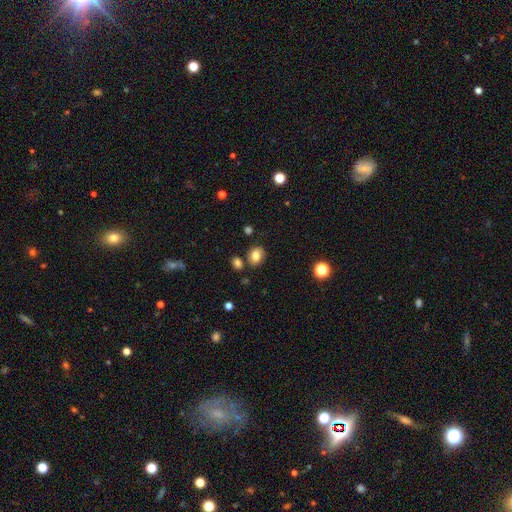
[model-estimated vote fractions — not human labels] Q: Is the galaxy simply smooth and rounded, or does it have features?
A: smooth — 79%.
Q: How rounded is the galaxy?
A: in between — 51%.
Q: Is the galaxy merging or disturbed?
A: none — 77%.